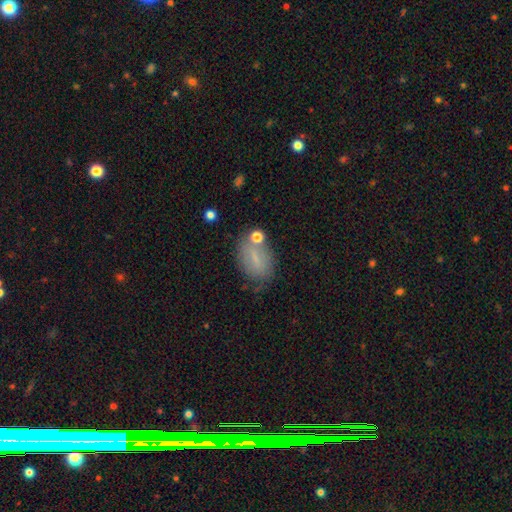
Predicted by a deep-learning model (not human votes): Morphology: type=smooth (64%); roundness=in between (81%); merging=none (62%).